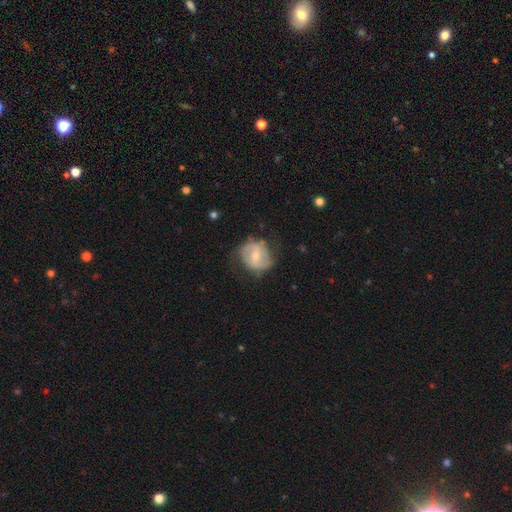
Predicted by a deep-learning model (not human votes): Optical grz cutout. It shows a featured or disk galaxy (59%) with a weak bar (50%), spiral arms (74%) and a moderate central bulge (53%). Merging: none (64%).